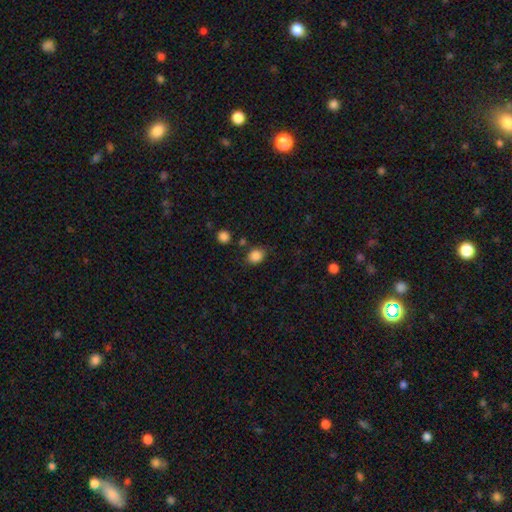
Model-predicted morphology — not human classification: Smooth or featured: smooth — 86% (star or artifact — 10%)
How rounded: round — 52% (in between — 47%)
Merging: none — 75% (minor disturbance — 15%)